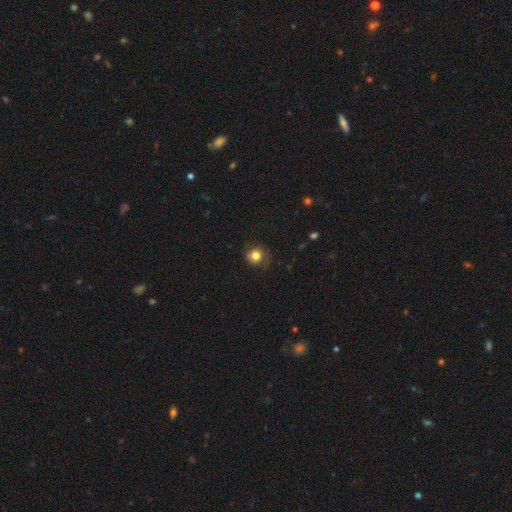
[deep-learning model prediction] This appears to be a smooth galaxy with no disk features (80%) that is round (86%). Merging: none (74%).